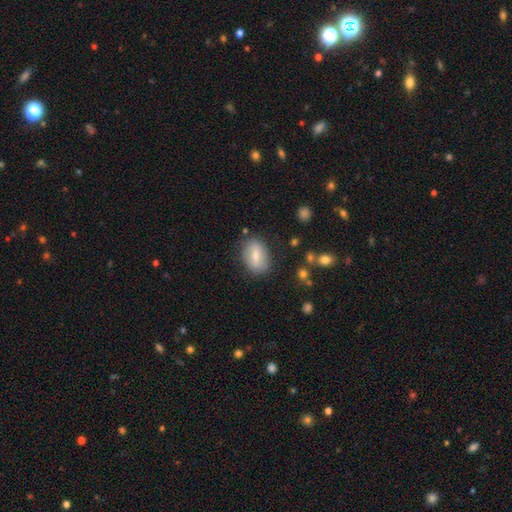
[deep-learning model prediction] smooth 65%, featured or disk 28%, star or artifact 7%. Down the decision tree: how rounded — in between (83%); merging — none (78%).